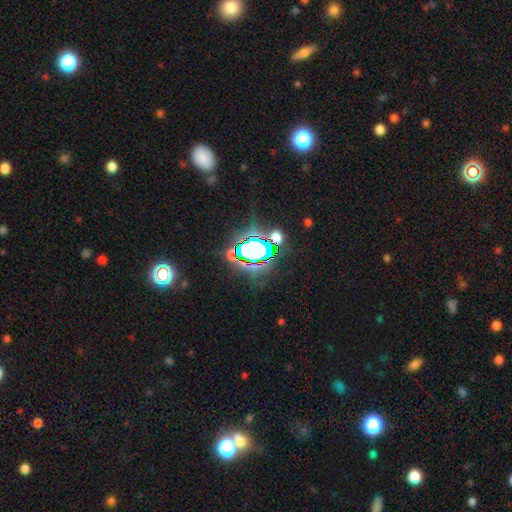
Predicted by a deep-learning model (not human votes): Smooth or featured? star or artifact (72%)